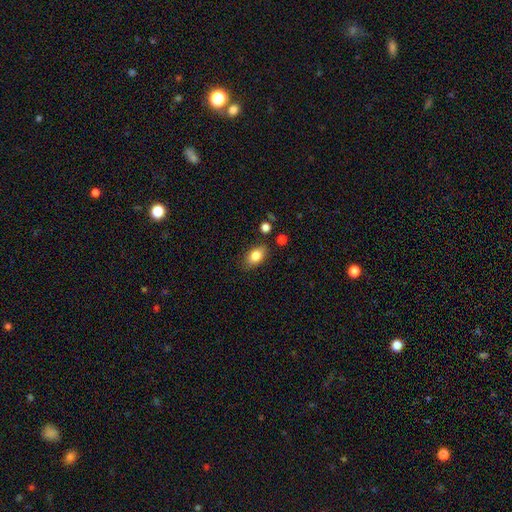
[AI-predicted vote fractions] Smooth or featured? Predicted: smooth (p=0.81). How rounded? Predicted: in between (p=0.86). Merging? Predicted: none (p=0.81).